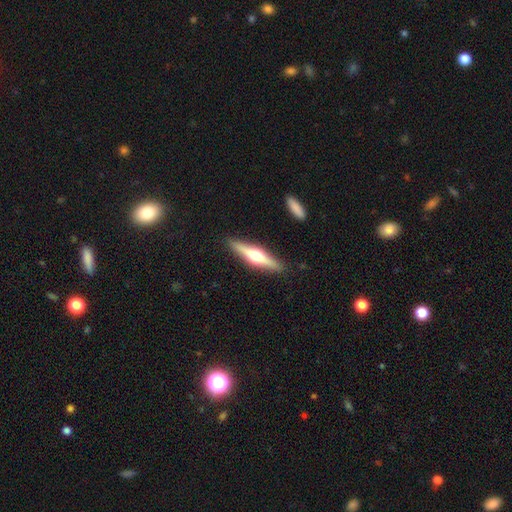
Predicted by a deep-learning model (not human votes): Smooth or featured: featured or disk — 62% (smooth — 32%)
Edge-on disk: yes — 96% (no — 4%)
Edge-on bulge: rounded — 93% (boxy — 4%)
Merging: none — 90% (minor disturbance — 7%)